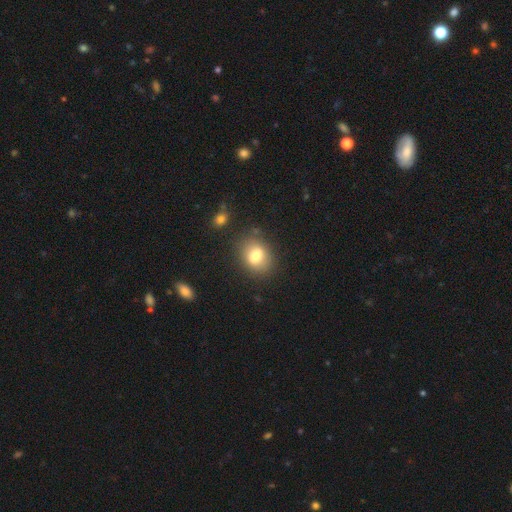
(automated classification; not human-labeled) smooth-or-featured: smooth: 77% | featured or disk: 13% | star or artifact: 10%
  how-rounded: in between: 52% | round: 47% | cigar-shaped: 1%
  merging: none: 79% | minor disturbance: 14% | major disturbance: 4% | merger: 3%